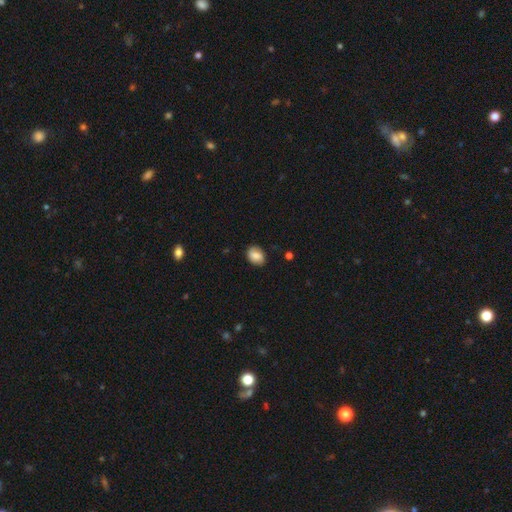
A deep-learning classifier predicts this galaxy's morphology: Smooth or featured?
  - smooth: 80% *
  - featured or disk: 12%
  - star or artifact: 8%
How rounded?
  - in between: 66% *
  - round: 33%
  - cigar-shaped: 1%
Merging?
  - none: 83% *
  - minor disturbance: 13%
  - major disturbance: 3%
  - merger: 1%